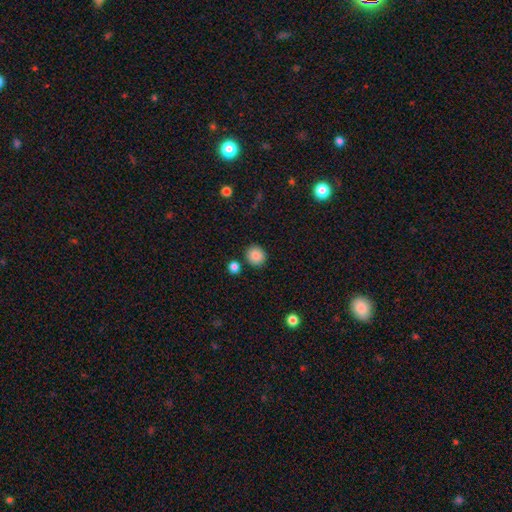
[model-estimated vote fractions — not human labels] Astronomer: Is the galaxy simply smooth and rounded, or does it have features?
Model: smooth — 87%.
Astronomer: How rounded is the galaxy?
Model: round — 86%.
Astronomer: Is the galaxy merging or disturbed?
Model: none — 87%.